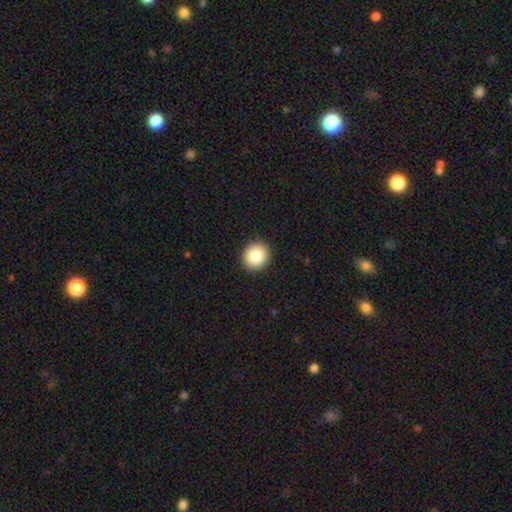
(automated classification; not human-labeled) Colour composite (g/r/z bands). It shows a smooth galaxy with no disk features (84%) that is round (87%). Merging: none (91%).